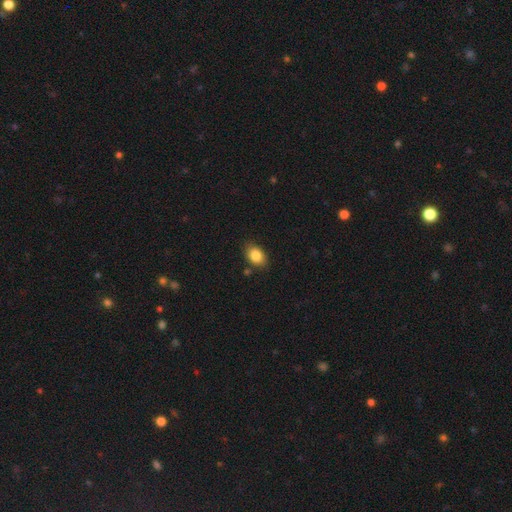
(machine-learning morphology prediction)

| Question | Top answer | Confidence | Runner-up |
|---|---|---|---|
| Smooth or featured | smooth | 85% | star or artifact (8%) |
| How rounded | in between | 81% | round (18%) |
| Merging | none | 82% | minor disturbance (13%) |